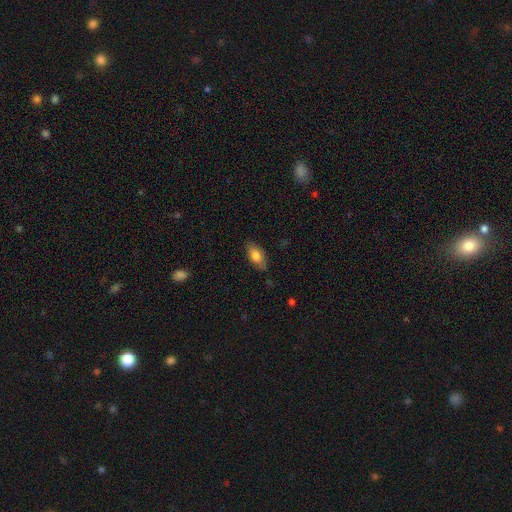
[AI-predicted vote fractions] This is likely a smooth galaxy (77%). How rounded: clearly in between (87%). Merging: clearly none (80%).